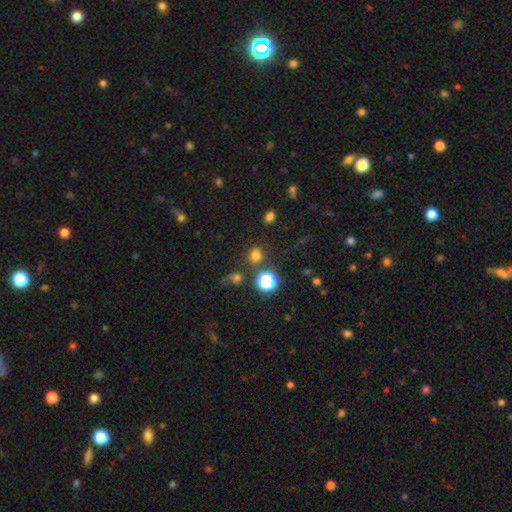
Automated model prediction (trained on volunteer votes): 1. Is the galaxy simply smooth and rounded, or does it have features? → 72% smooth, 22% star or artifact, 6% featured or disk.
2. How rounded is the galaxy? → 88% round, 11% in between, 1% cigar-shaped.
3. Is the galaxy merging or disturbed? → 83% none, 8% minor disturbance, 6% merger, 4% major disturbance.